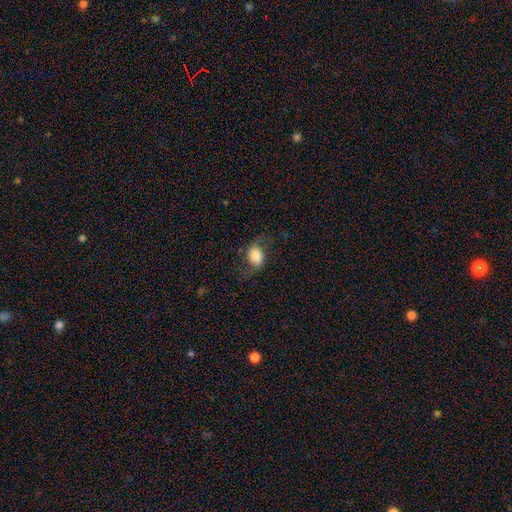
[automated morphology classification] smooth_or_featured: smooth (p=0.64) [alt: featured or disk p=0.27]
how_rounded: in between (p=0.59) [alt: round p=0.40]
merging: none (p=0.62) [alt: minor disturbance p=0.20]